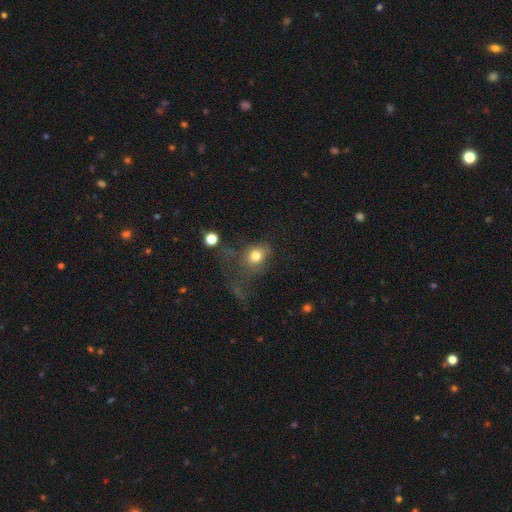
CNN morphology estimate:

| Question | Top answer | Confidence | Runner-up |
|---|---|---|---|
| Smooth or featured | smooth | 74% | featured or disk (13%) |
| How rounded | round | 56% | in between (43%) |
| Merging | major disturbance | 38% | none (36%) |